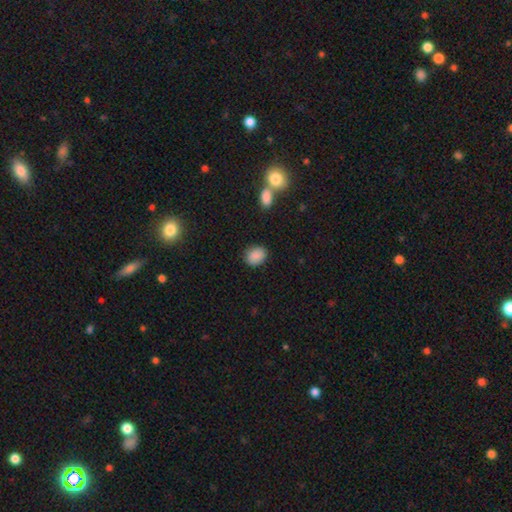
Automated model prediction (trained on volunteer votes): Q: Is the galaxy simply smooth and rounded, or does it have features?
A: smooth — 86%.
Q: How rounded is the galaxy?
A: in between — 52%.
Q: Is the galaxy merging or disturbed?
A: none — 85%.